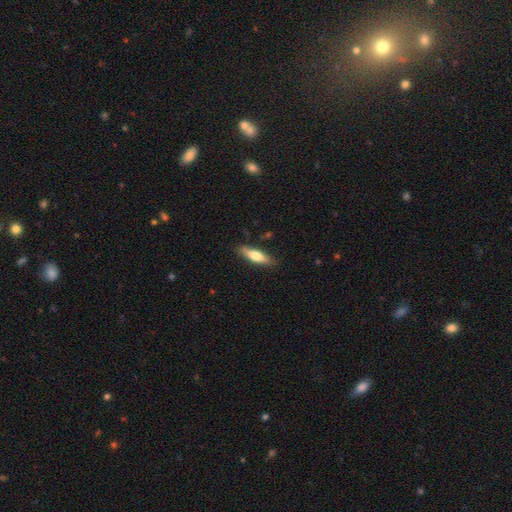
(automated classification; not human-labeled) The model was most divided on "how rounded": cigar-shaped: 53%, in between: 45%, round: 2%. More confident: merging — none (81%); smooth or featured — smooth (67%).